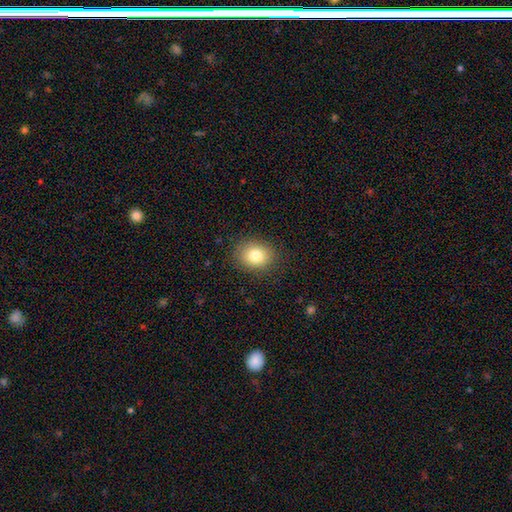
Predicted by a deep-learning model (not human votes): smooth-or-featured: smooth: 81% | star or artifact: 10% | featured or disk: 8%
  how-rounded: round: 56% | in between: 43% | cigar-shaped: 1%
  merging: none: 87% | minor disturbance: 9% | major disturbance: 3% | merger: 1%